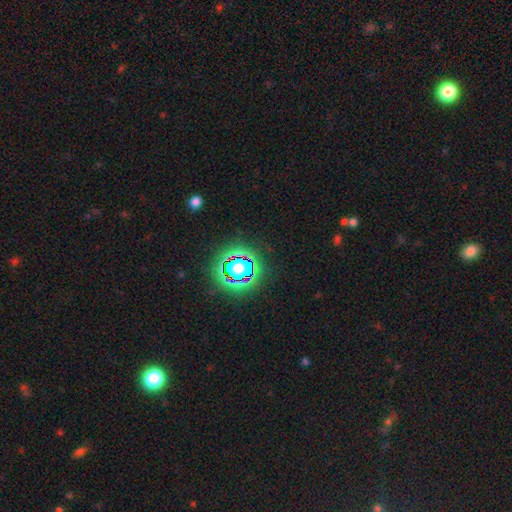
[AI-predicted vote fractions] Morphology: type=star or artifact (81%).